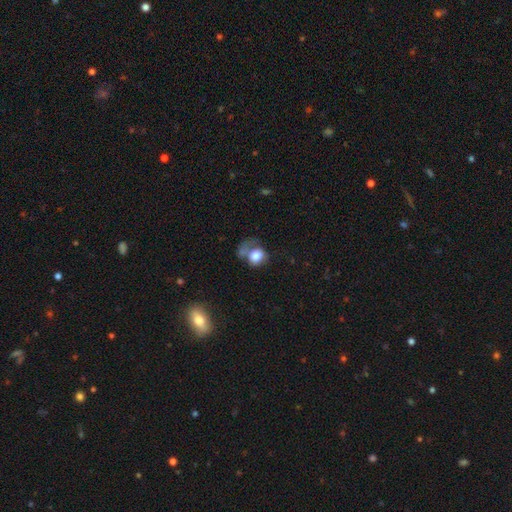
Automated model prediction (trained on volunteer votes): A smooth galaxy with no disk features (74%) that is round (62%). Merging: none (32%).